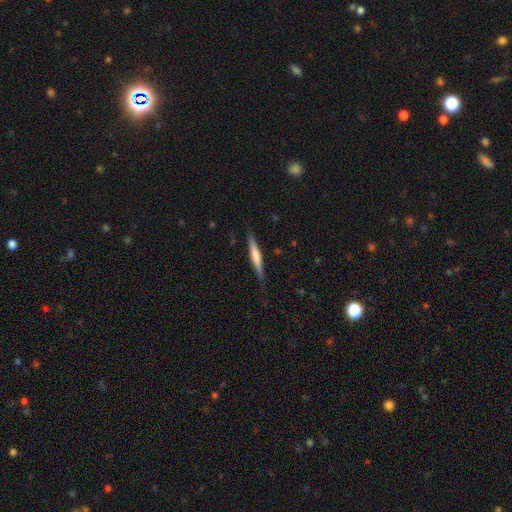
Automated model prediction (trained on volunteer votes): Smooth or featured: smooth — 49% (featured or disk — 46%)
Merging: none — 87% (minor disturbance — 10%)